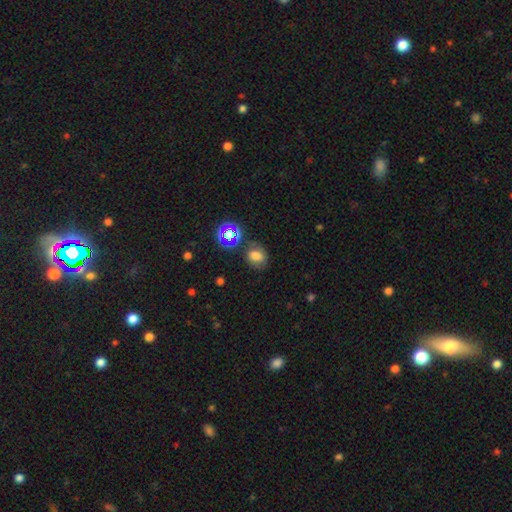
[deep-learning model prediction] Overall: smooth (61%). How rounded: in between (52%; round 46%). Merging: none (67%).